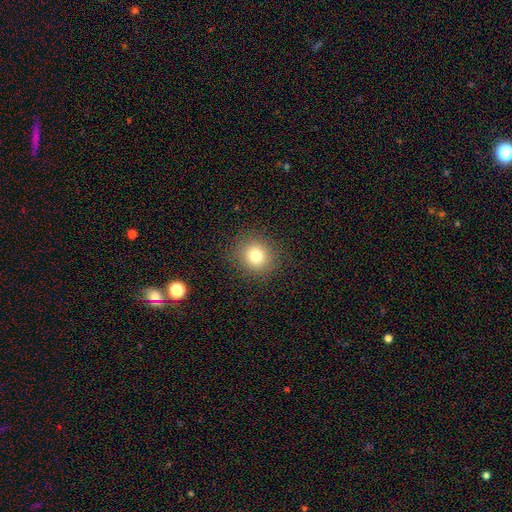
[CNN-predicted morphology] smooth 78%, star or artifact 13%, featured or disk 9%. Down the decision tree: how rounded — round (88%); merging — none (89%).